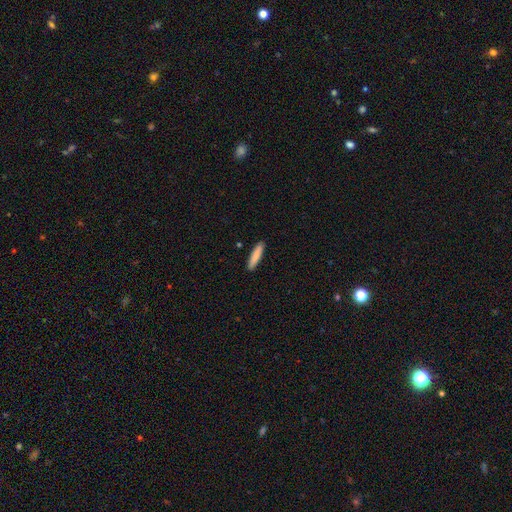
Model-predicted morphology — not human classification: The model was most divided on "how rounded": cigar-shaped: 86%, in between: 13%, round: 1%. More confident: merging — none (91%); smooth or featured — smooth (84%).